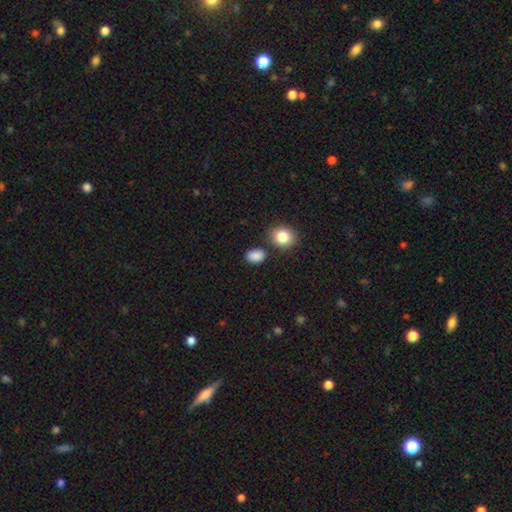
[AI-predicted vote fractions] A smooth galaxy with no disk features (87%) that is in between round and cigar-shaped (71%).

Vote fractions:
- Smooth or featured? smooth: 87% / star or artifact: 9% / featured or disk: 4%
- How rounded? in between: 71% / round: 27% / cigar-shaped: 1%
- Merging? none: 77% / minor disturbance: 13% / merger: 6% / major disturbance: 3%